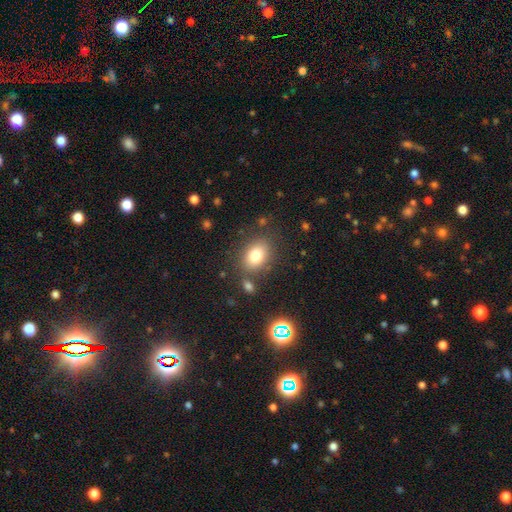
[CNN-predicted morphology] smooth 79%, star or artifact 11%, featured or disk 11%. Down the decision tree: how rounded — in between (67%); merging — none (77%).